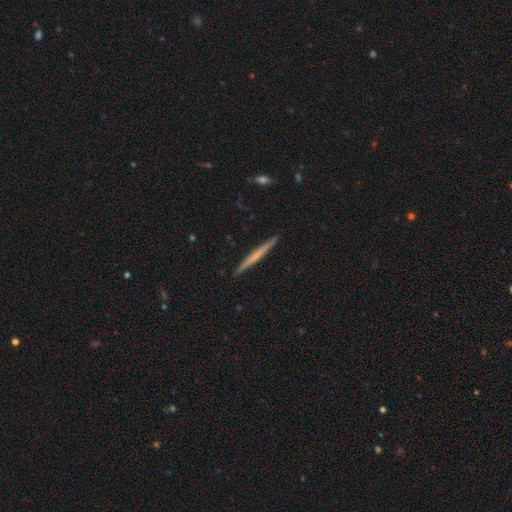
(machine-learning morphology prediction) This is possibly a featured or disk galaxy (49%). Merging: clearly none (92%).